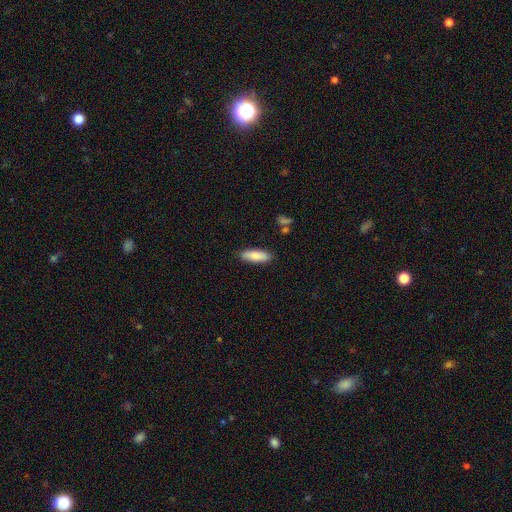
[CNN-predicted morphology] A smooth galaxy with no disk features (83%) that is in between round and cigar-shaped (60%).

Vote fractions:
- Smooth or featured? smooth: 83% / featured or disk: 11% / star or artifact: 6%
- How rounded? in between: 60% / cigar-shaped: 39% / round: 2%
- Merging? none: 88% / minor disturbance: 9% / major disturbance: 2% / merger: 2%